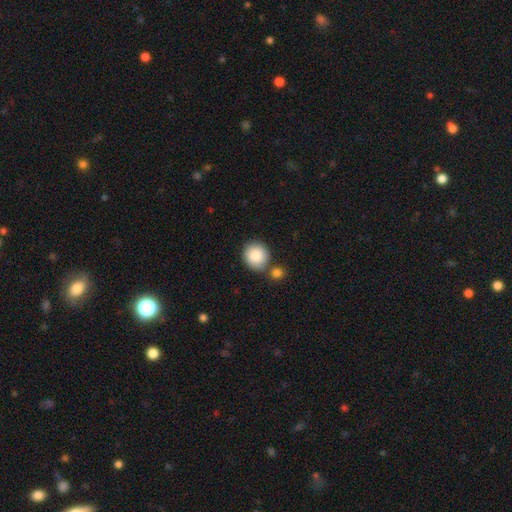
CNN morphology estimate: type=smooth (87%); roundness=round (88%); merging=none (66%).